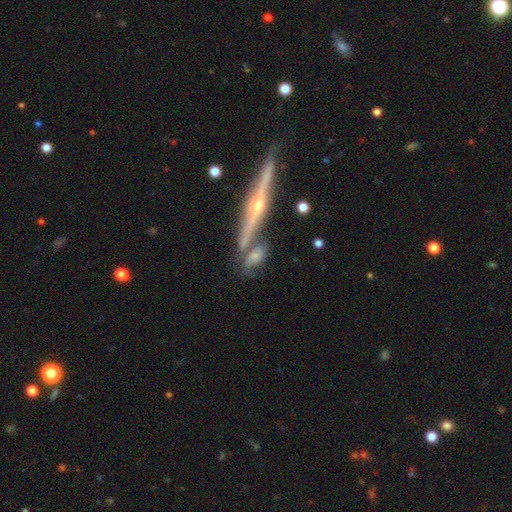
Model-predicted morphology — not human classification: Overall: featured or disk (47%; smooth 43%). Merging: none (41%; merger 35%).